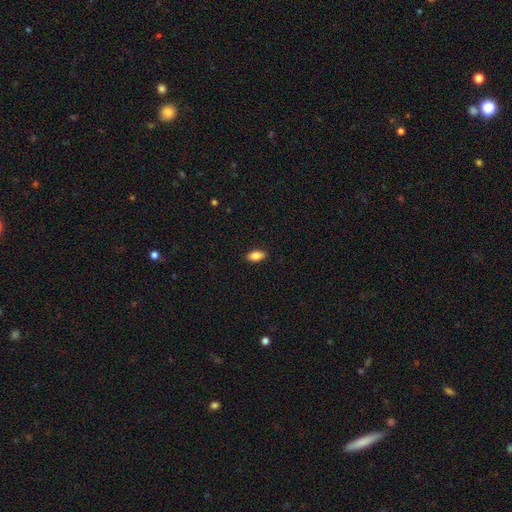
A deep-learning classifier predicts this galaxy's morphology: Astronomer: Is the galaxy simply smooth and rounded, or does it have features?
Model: smooth — 86%.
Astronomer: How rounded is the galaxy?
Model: in between — 91%.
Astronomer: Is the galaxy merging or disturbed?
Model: none — 90%.